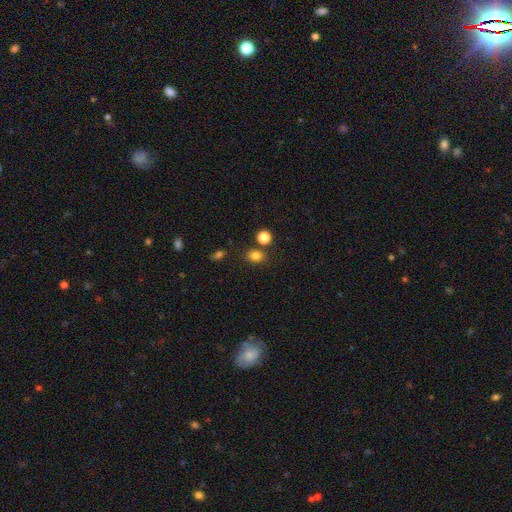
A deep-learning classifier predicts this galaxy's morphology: smooth_or_featured: smooth (p=0.81) [alt: star or artifact p=0.13]
how_rounded: in between (p=0.50) [alt: round p=0.49]
merging: none (p=0.78) [alt: minor disturbance p=0.10]